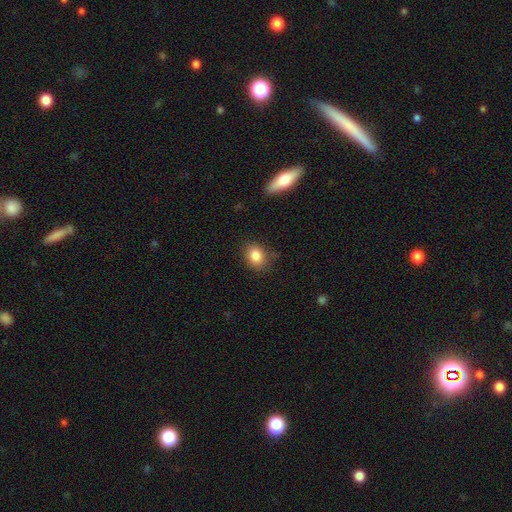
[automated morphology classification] A smooth galaxy with no disk features (85%) that is in between round and cigar-shaped (55%).

Vote fractions:
- Smooth or featured? smooth: 85% / star or artifact: 9% / featured or disk: 6%
- How rounded? in between: 55% / round: 44% / cigar-shaped: 1%
- Merging? none: 78% / minor disturbance: 17% / major disturbance: 4% / merger: 2%